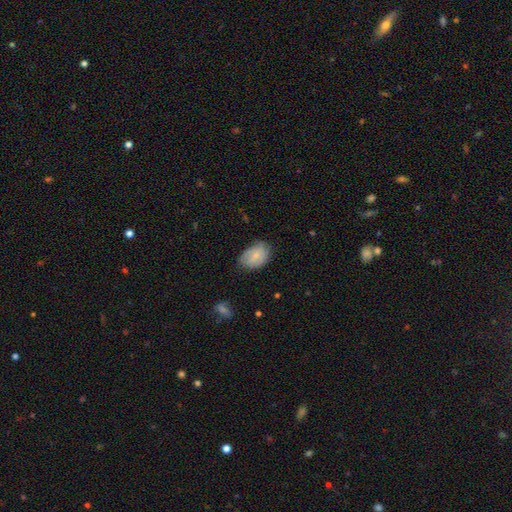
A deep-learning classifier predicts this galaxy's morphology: Overall: smooth (72%). How rounded: in between (81%). Merging: none (57%; minor disturbance 34%).